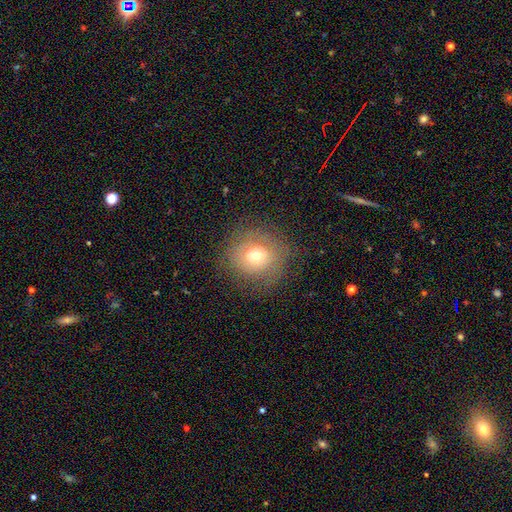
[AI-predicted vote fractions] smooth 57%, featured or disk 31%, star or artifact 12%. Down the decision tree: how rounded — round (83%); merging — none (77%).